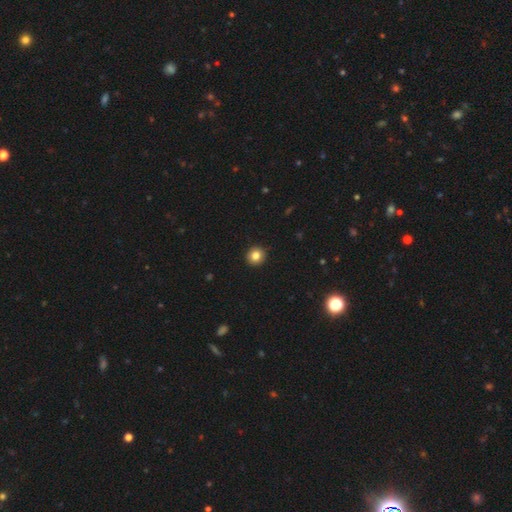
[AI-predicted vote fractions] Smooth or featured? smooth (83%)
How rounded? round (93%)
Merging? none (93%)